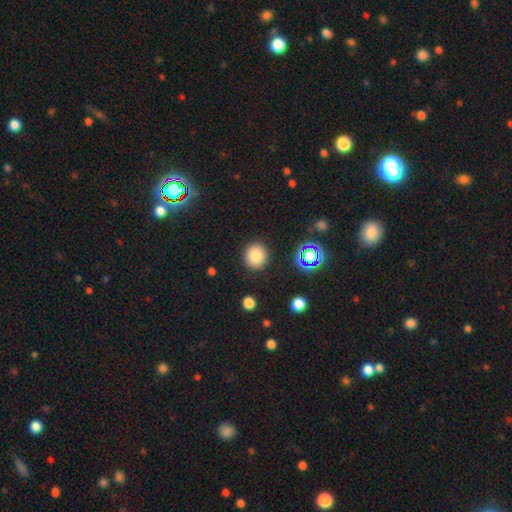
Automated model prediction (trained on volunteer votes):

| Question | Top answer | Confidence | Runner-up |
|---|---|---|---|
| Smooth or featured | smooth | 82% | star or artifact (13%) |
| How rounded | round | 88% | in between (11%) |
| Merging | none | 89% | minor disturbance (7%) |